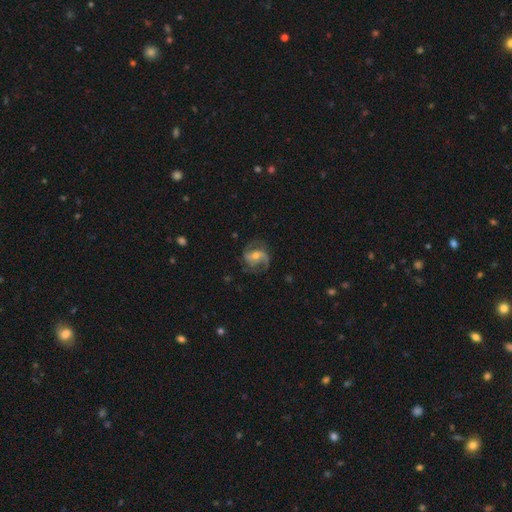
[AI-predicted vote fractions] smooth_or_featured: featured or disk (p=0.84) [alt: smooth p=0.10]
disk_edge_on: no (p=0.97) [alt: yes p=0.03]
bar: weak (p=0.40) [alt: no p=0.38]
has_spiral_arms: yes (p=0.96) [alt: no p=0.04]
spiral_winding: medium (p=0.48) [alt: loose p=0.35]
spiral_arm_count: 2 (p=0.73) [alt: 3 p=0.12]
bulge_size: moderate (p=0.56) [alt: small p=0.39]
merging: none (p=0.69) [alt: minor disturbance p=0.18]